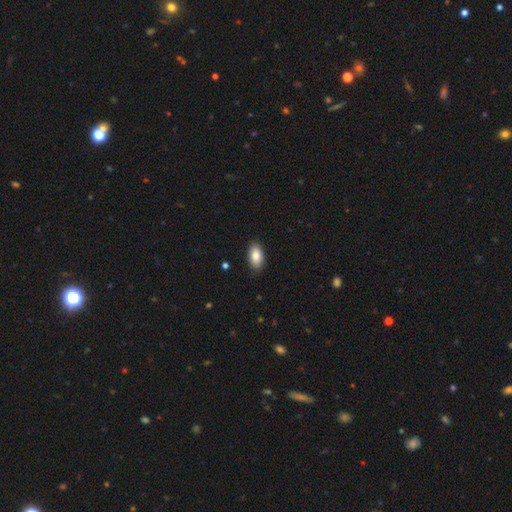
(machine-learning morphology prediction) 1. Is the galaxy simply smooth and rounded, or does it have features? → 84% smooth, 9% featured or disk, 7% star or artifact.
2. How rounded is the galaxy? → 93% in between, 4% round, 3% cigar-shaped.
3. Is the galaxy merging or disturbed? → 86% none, 11% minor disturbance, 2% major disturbance, 1% merger.